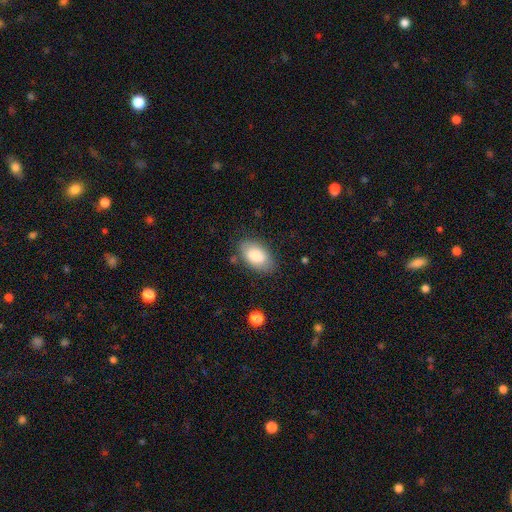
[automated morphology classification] type=smooth (81%); roundness=in between (94%); merging=none (79%).